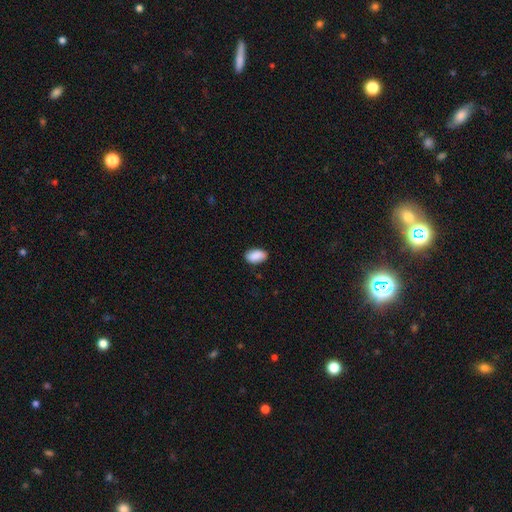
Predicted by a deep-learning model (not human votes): smooth 90%, star or artifact 7%, featured or disk 3%. Down the decision tree: how rounded — in between (93%); merging — none (86%).